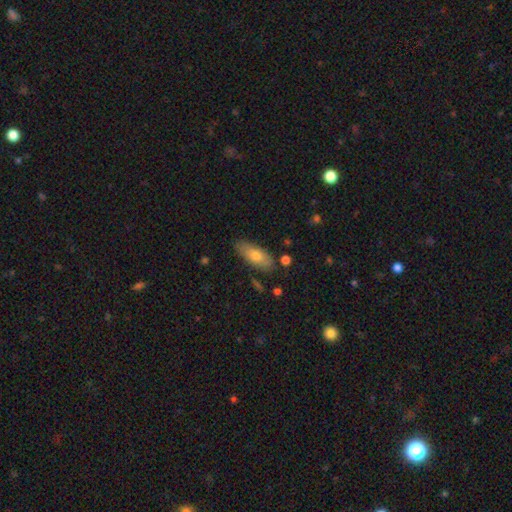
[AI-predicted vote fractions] This is likely a smooth galaxy (72%). How rounded: likely in between (77%). Merging: clearly none (81%).